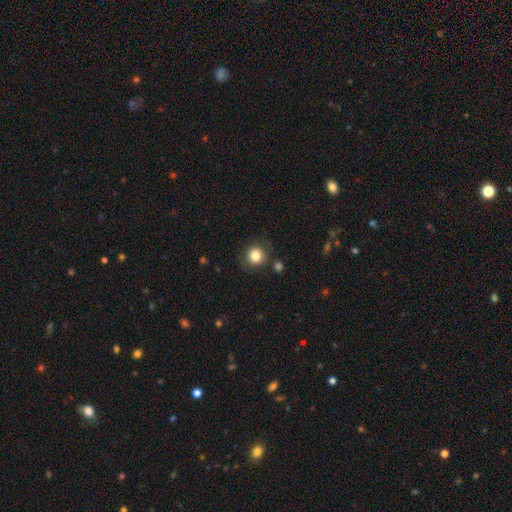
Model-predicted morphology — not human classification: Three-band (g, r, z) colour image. It shows a smooth galaxy with no disk features (82%) that is round (89%). Merging: none (85%).